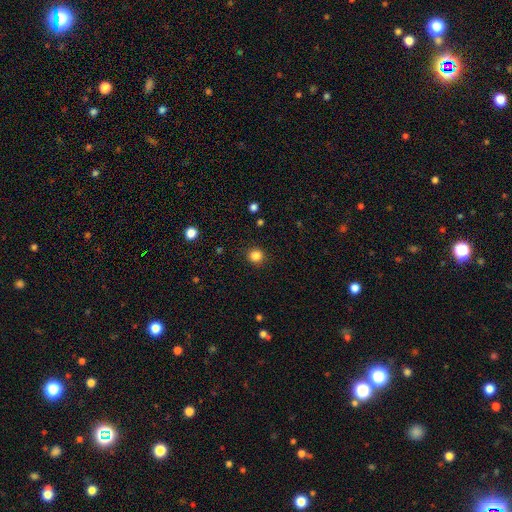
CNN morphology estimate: This is clearly a smooth galaxy (84%). How rounded: clearly round (91%). Merging: clearly none (91%).